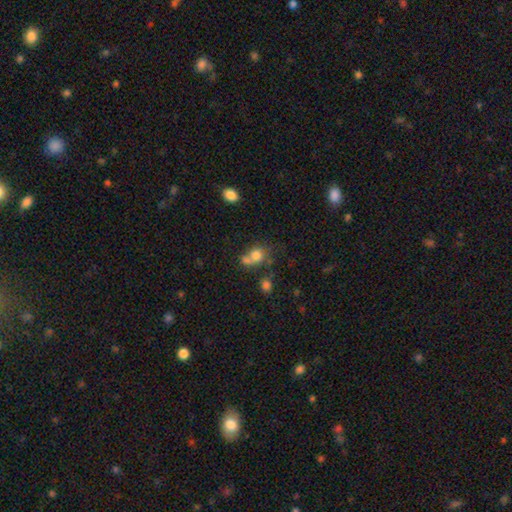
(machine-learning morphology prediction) A smooth galaxy with no disk features (75%) that is round (67%).

Vote fractions:
- Smooth or featured? smooth: 75% / featured or disk: 13% / star or artifact: 12%
- How rounded? round: 67% / in between: 32% / cigar-shaped: 1%
- Merging? merger: 42% / none: 37% / minor disturbance: 13% / major disturbance: 7%